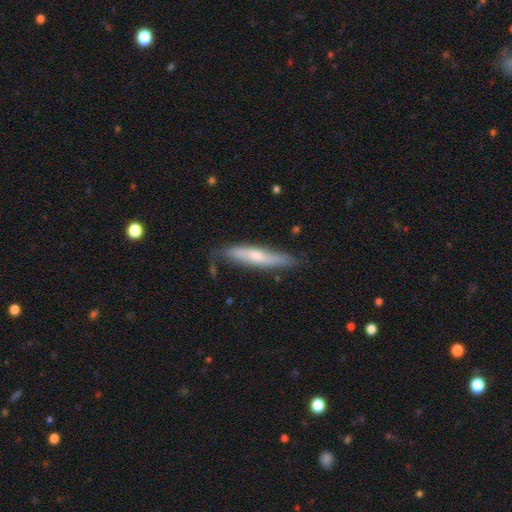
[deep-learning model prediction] Overall: smooth (49%; featured or disk 44%). Merging: none (72%).